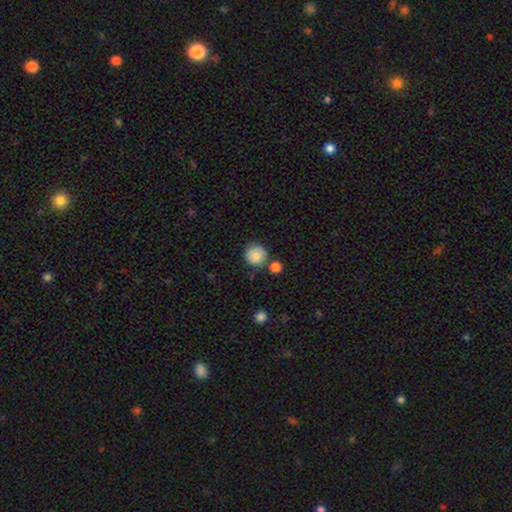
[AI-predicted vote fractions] Overall: smooth (87%). How rounded: round (92%). Merging: none (75%).